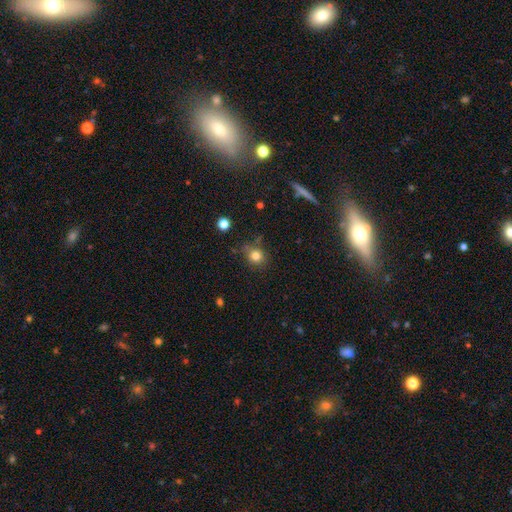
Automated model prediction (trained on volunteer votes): Smooth or featured? smooth (80%)
How rounded? round (82%)
Merging? none (71%)